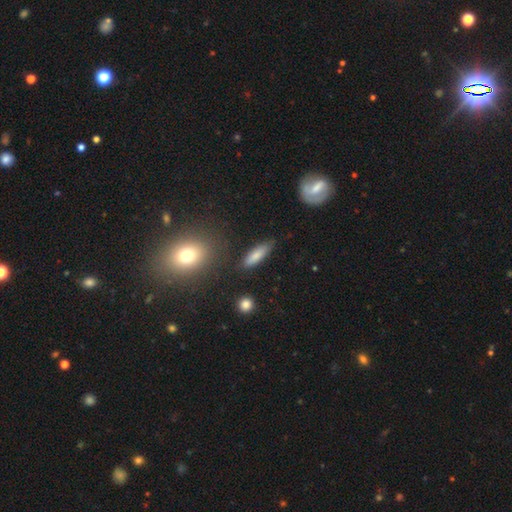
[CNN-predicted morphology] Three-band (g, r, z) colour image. It shows a smooth galaxy with no disk features (79%) that is cigar-shaped (54%). Merging: none (80%).